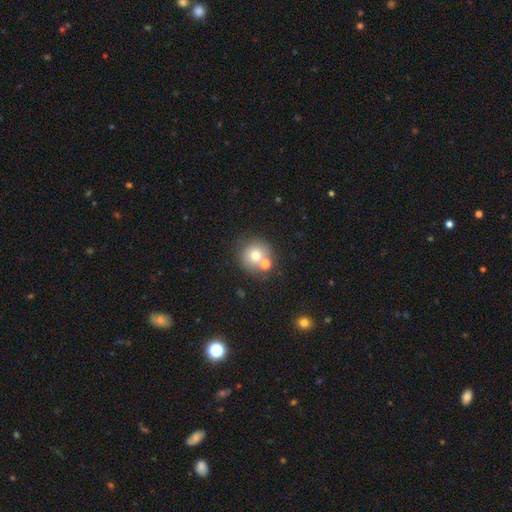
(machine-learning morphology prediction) smooth_or_featured: smooth (p=0.72) [alt: featured or disk p=0.16]
how_rounded: round (p=0.91) [alt: in between p=0.08]
merging: none (p=0.62) [alt: merger p=0.26]